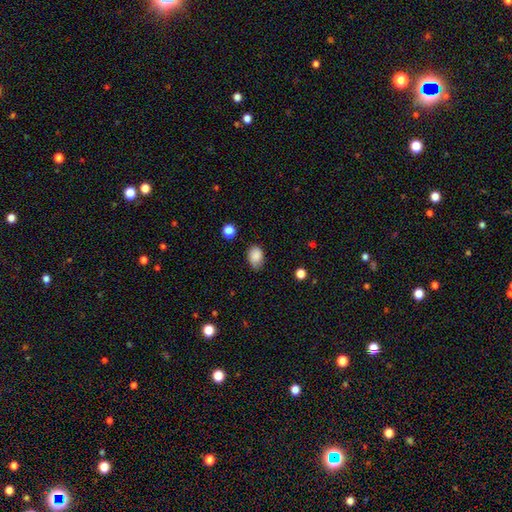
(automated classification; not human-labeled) Smooth or featured? Predicted: smooth (p=0.87). How rounded? Predicted: in between (p=0.73). Merging? Predicted: none (p=0.67).